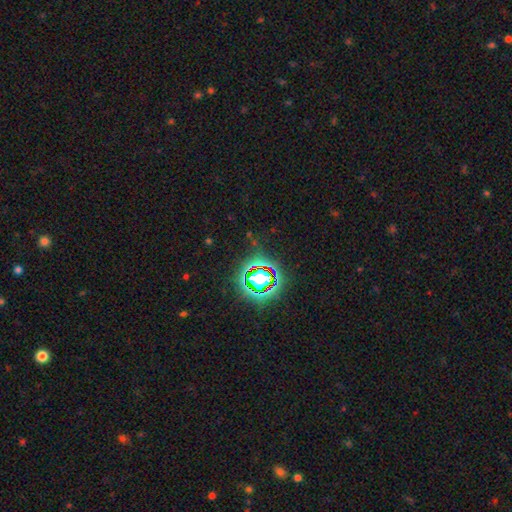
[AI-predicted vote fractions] Smooth or featured? Predicted: star or artifact (p=0.81).